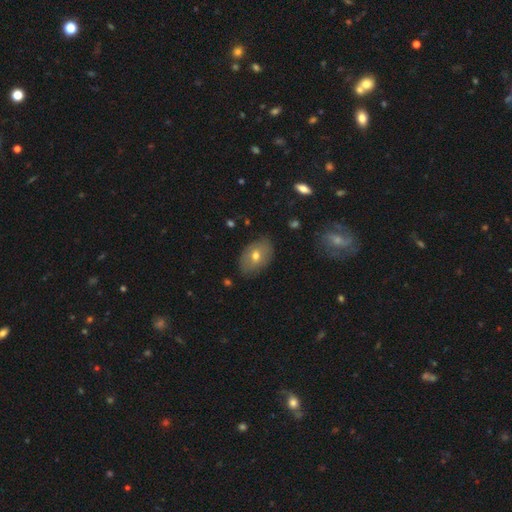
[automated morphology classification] Q: Smooth or featured?
A: smooth (60%); runner-up: featured or disk (32%)
Q: How rounded?
A: in between (86%); runner-up: round (12%)
Q: Merging?
A: none (81%); runner-up: minor disturbance (15%)